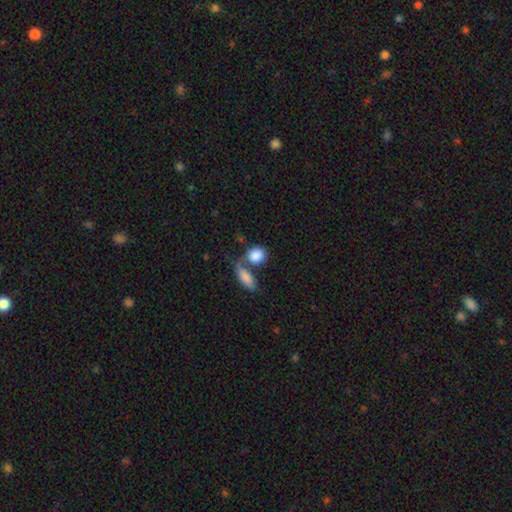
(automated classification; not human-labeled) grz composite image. It shows a smooth galaxy with no disk features (85%) that is round (52%). Merging: none (41%).